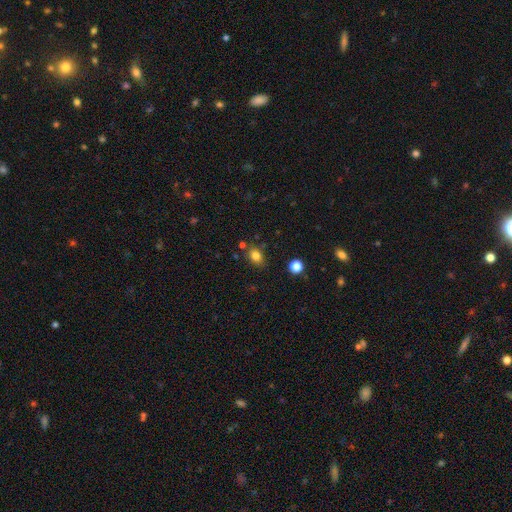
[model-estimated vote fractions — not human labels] smooth-or-featured: smooth: 81% | star or artifact: 12% | featured or disk: 7%
  how-rounded: in between: 59% | round: 40% | cigar-shaped: 1%
  merging: none: 78% | minor disturbance: 13% | merger: 6% | major disturbance: 3%